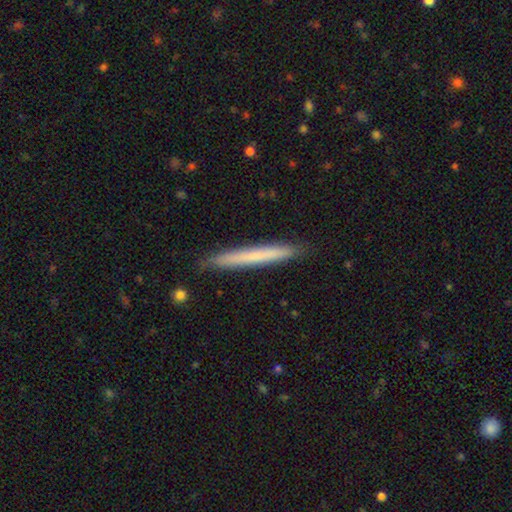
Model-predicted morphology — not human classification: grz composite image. It shows a smooth galaxy with no disk features (65%) that is cigar-shaped (97%). Merging: none (90%).